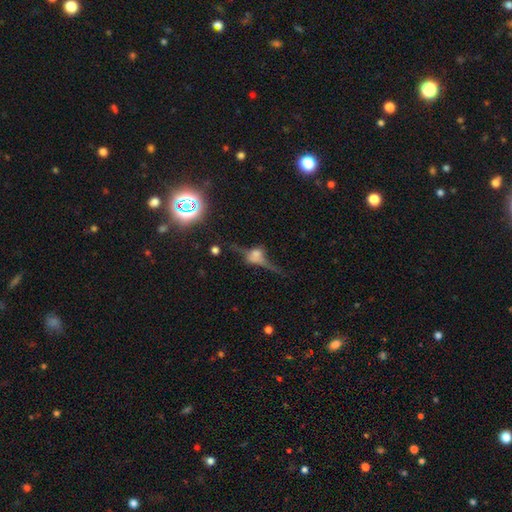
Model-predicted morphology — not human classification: Smooth or featured?
  - featured or disk: 66% *
  - smooth: 17%
  - star or artifact: 17%
Edge-on disk?
  - yes: 84% *
  - no: 16%
Edge-on bulge?
  - rounded: 85% *
  - boxy: 10%
  - none: 4%
Merging?
  - none: 59% *
  - minor disturbance: 17%
  - major disturbance: 15%
  - merger: 9%